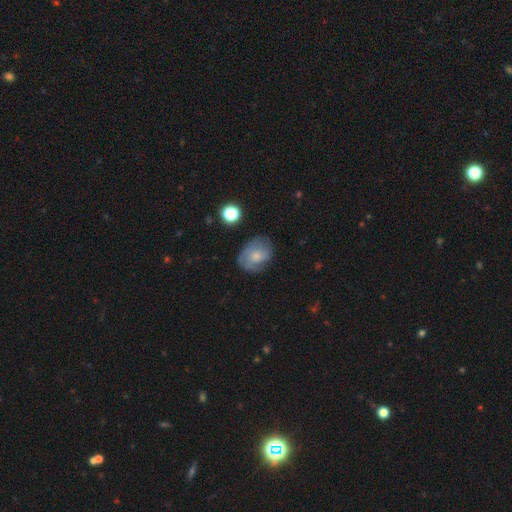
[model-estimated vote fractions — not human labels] Smooth or featured: smooth — 56% (featured or disk — 35%)
How rounded: in between — 58% (round — 41%)
Merging: none — 64% (minor disturbance — 25%)